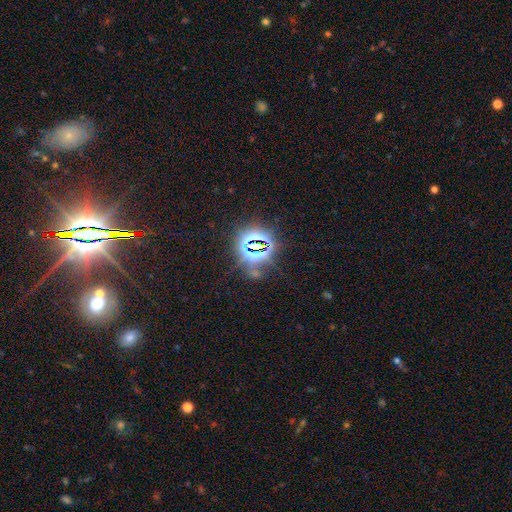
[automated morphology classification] Smooth or featured: star or artifact — 81% (smooth — 10%)